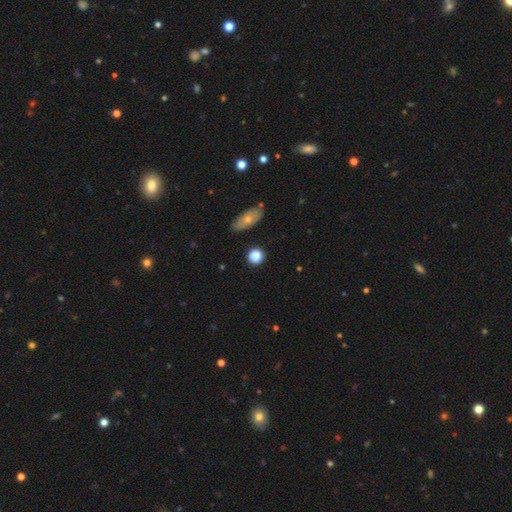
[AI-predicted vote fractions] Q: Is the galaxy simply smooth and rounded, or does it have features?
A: smooth — 83%.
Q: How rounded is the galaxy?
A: round — 84%.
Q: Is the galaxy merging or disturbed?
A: none — 82%.